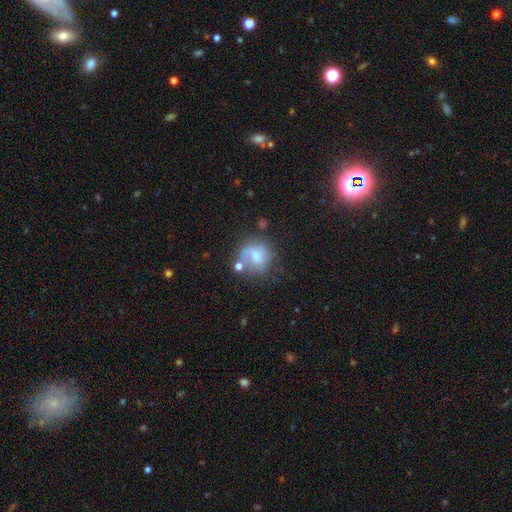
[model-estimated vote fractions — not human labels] Smooth or featured? Predicted: smooth (p=0.50). How rounded? Predicted: round (p=0.80). Merging? Predicted: none (p=0.49).